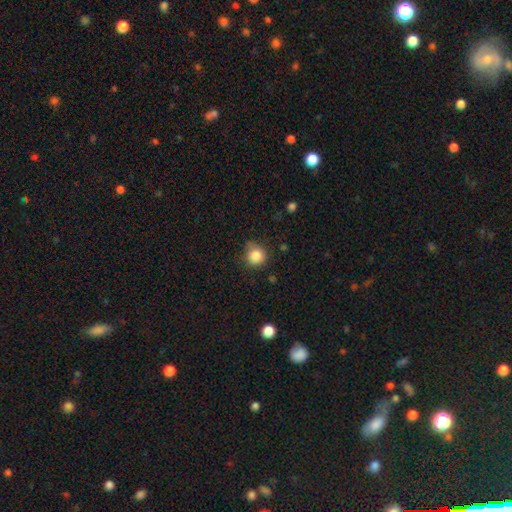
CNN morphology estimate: Overall: smooth (85%). How rounded: round (92%). Merging: none (74%).